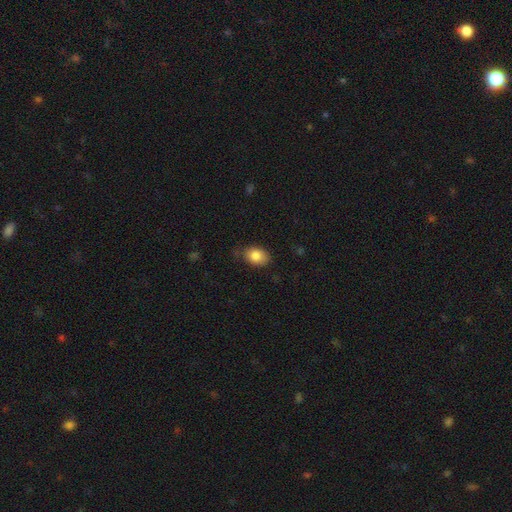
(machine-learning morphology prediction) smooth_or_featured: smooth (p=0.84) [alt: star or artifact p=0.08]
how_rounded: in between (p=0.80) [alt: round p=0.19]
merging: none (p=0.74) [alt: minor disturbance p=0.21]